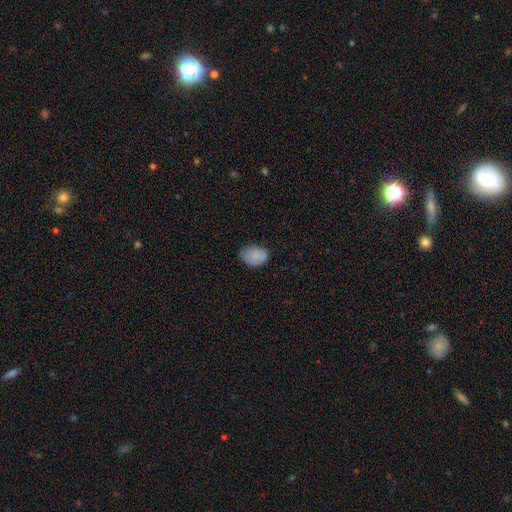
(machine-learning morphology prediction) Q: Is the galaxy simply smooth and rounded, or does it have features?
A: smooth — 83%.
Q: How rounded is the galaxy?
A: in between — 75%.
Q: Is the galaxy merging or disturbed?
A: none — 67%.